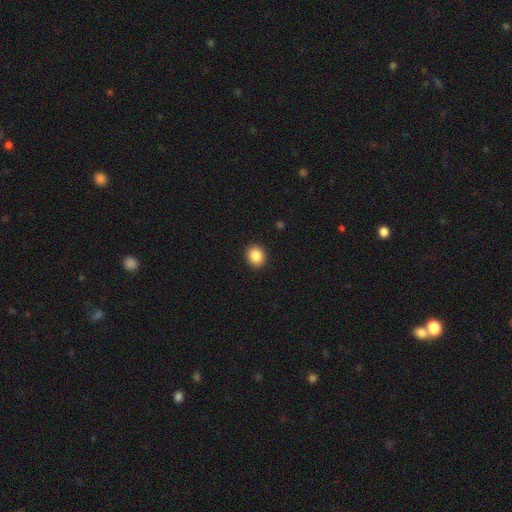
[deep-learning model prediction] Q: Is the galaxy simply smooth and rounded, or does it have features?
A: smooth — 86%.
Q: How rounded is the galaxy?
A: round — 73%.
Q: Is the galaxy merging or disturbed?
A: none — 92%.